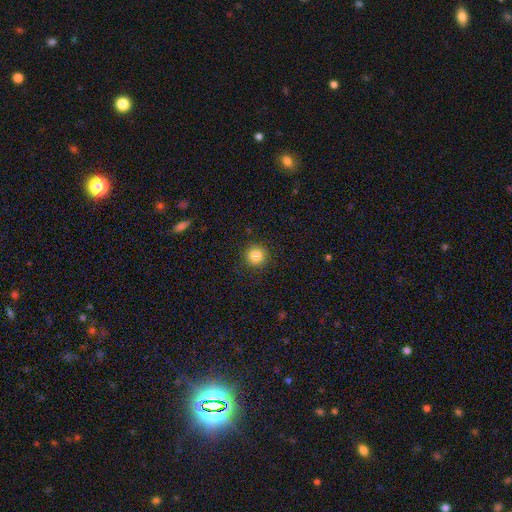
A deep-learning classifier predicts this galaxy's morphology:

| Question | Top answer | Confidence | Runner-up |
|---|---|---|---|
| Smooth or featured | smooth | 84% | star or artifact (11%) |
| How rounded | round | 95% | in between (4%) |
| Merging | none | 91% | minor disturbance (6%) |